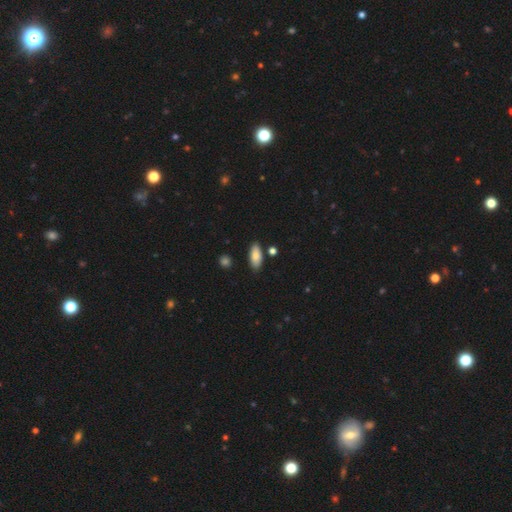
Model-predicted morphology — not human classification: smooth-or-featured: smooth: 83% | featured or disk: 10% | star or artifact: 7%
  how-rounded: in between: 86% | cigar-shaped: 12% | round: 3%
  merging: none: 84% | minor disturbance: 10% | merger: 3% | major disturbance: 2%